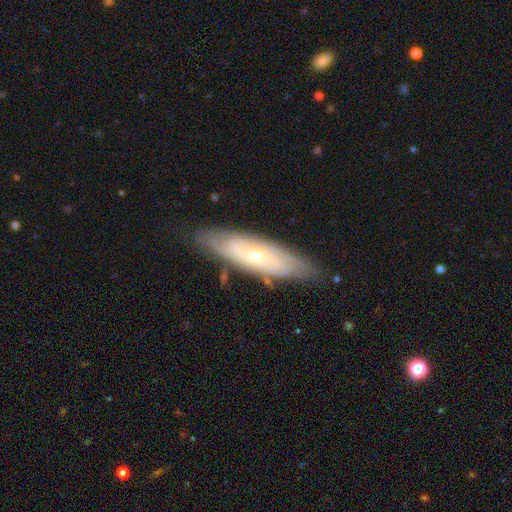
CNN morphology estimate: smooth-or-featured: featured or disk: 66% | smooth: 28% | star or artifact: 6%
  disk-edge-on: no: 76% | yes: 24%
    bar: no: 78% | weak: 18% | strong: 4%
    has-spiral-arms: yes: 75% | no: 25%
    bulge-size: small: 71% | moderate: 26% | large: 1% | none: 1% | dominant: 1%
  merging: none: 79% | minor disturbance: 16% | major disturbance: 4% | merger: 2%